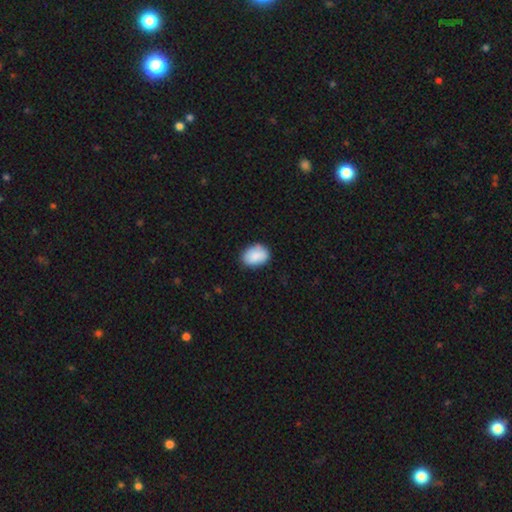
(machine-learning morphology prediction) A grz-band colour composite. It shows a smooth galaxy with no disk features (88%) that is in between round and cigar-shaped (78%). Merging: none (77%).